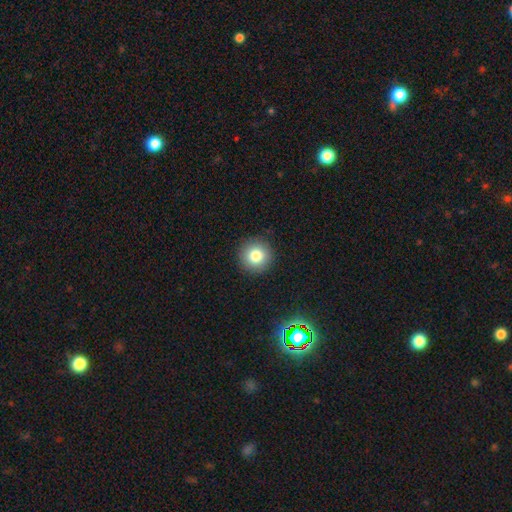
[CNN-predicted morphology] smooth_or_featured: smooth (p=0.81) [alt: star or artifact p=0.11]
how_rounded: round (p=0.95) [alt: in between p=0.04]
merging: none (p=0.91) [alt: minor disturbance p=0.06]